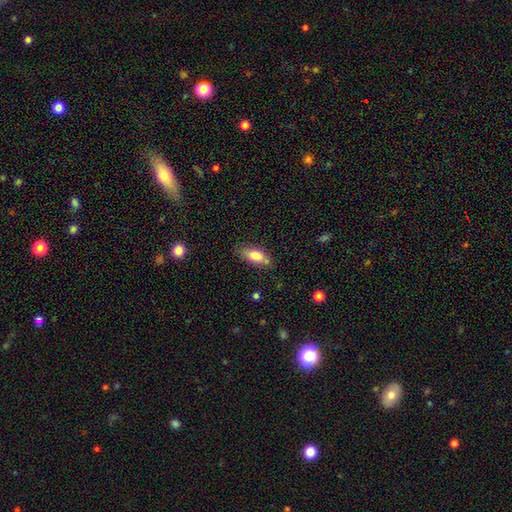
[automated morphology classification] Smooth or featured: smooth — 79% (featured or disk — 13%)
How rounded: in between — 80% (cigar-shaped — 17%)
Merging: none — 69% (minor disturbance — 19%)